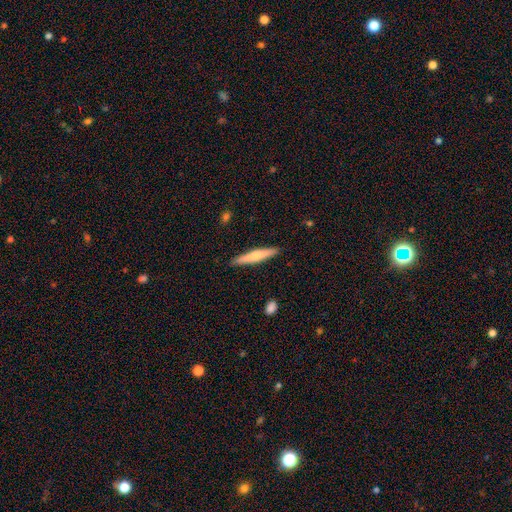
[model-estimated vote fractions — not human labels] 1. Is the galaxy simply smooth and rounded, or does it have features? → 58% smooth, 37% featured or disk, 5% star or artifact.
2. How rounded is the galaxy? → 93% cigar-shaped, 6% in between, 1% round.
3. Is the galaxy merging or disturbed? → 90% none, 7% minor disturbance, 1% major disturbance, 1% merger.